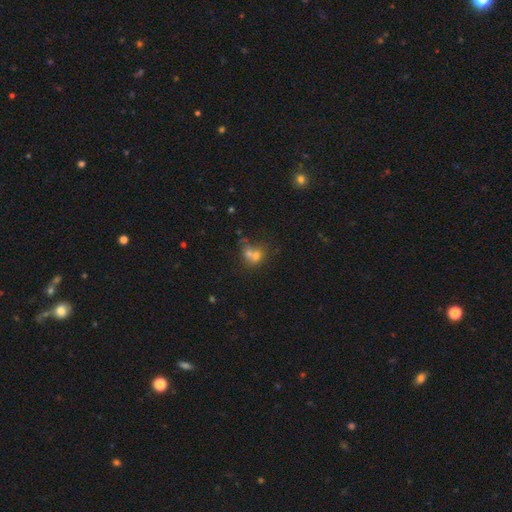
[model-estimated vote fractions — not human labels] This is likely a smooth galaxy (64%). How rounded: likely round (67%). Merging: likely merger (64%).